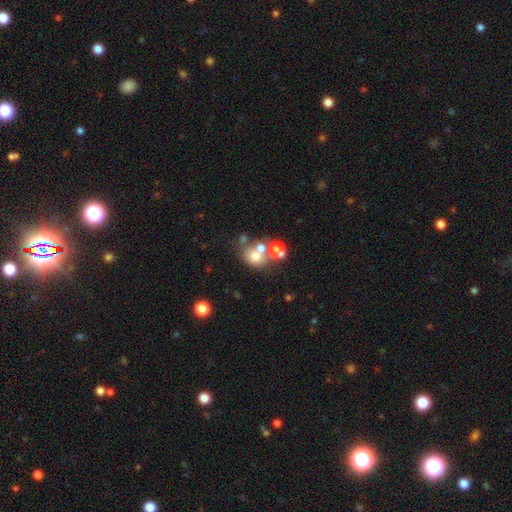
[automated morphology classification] Smooth or featured: smooth — 59% (featured or disk — 25%)
How rounded: round — 65% (in between — 34%)
Merging: merger — 48% (none — 35%)